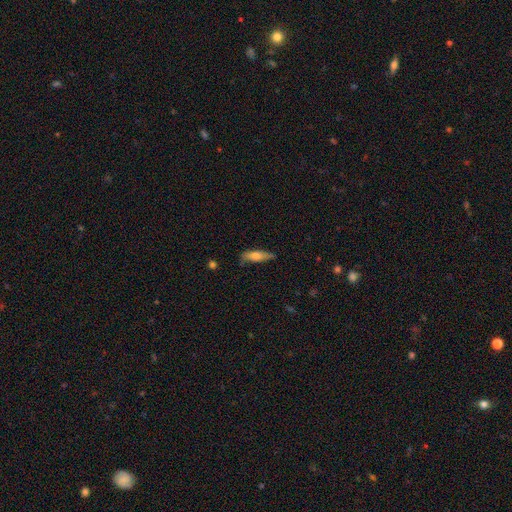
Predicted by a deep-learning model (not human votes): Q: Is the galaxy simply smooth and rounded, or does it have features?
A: smooth — 61%.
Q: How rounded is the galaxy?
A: cigar-shaped — 58%.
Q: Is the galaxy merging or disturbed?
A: none — 67%.